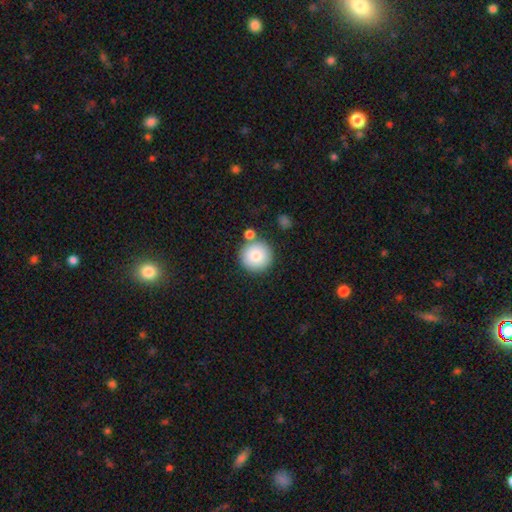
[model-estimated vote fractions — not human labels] Smooth or featured: smooth — 82% (featured or disk — 9%)
How rounded: round — 96% (in between — 4%)
Merging: none — 78% (merger — 10%)